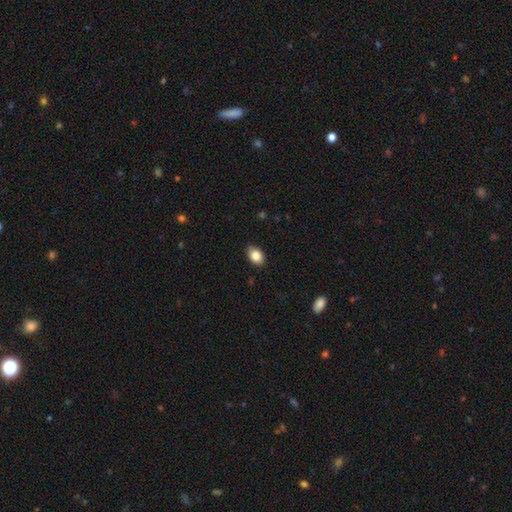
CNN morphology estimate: Smooth or featured?
  - smooth: 86% *
  - star or artifact: 8%
  - featured or disk: 6%
How rounded?
  - in between: 81% *
  - round: 17%
  - cigar-shaped: 1%
Merging?
  - none: 88% *
  - minor disturbance: 10%
  - major disturbance: 2%
  - merger: 1%